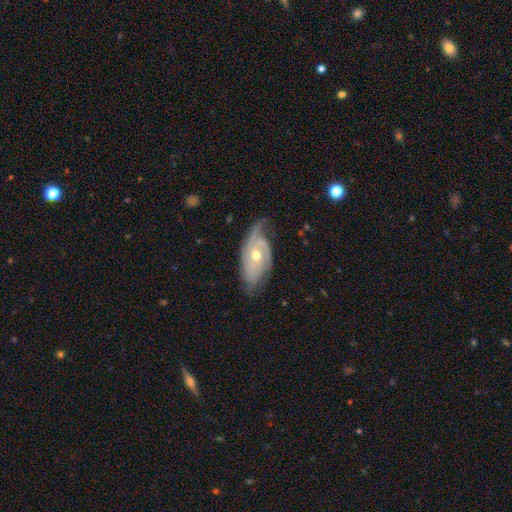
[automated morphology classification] featured or disk 83%, smooth 11%, star or artifact 6%. Down the decision tree: edge-on disk — no (93%); bar — no (70%); spiral arms — yes (94%); spiral arm count — 2 (39%); spiral winding — tight (48%); bulge size — moderate (58%); merging — none (60%).